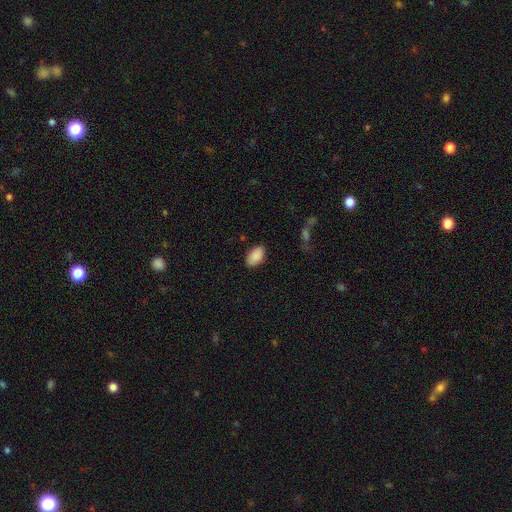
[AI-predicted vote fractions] A smooth galaxy with no disk features (89%) that is in between round and cigar-shaped (93%). Merging: none (85%).